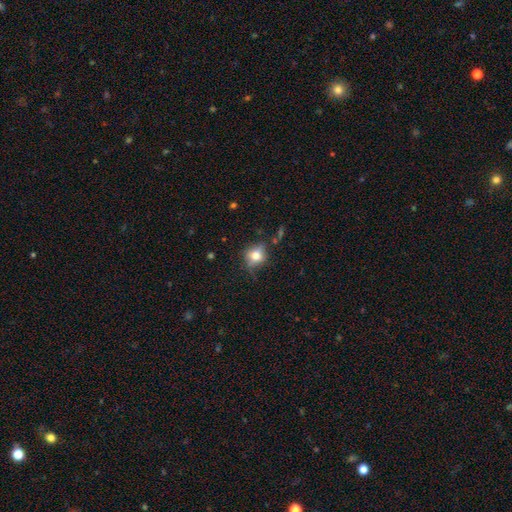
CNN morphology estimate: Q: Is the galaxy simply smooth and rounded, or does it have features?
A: smooth — 67%.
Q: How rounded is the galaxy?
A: round — 65%.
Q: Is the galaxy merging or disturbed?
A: none — 67%.